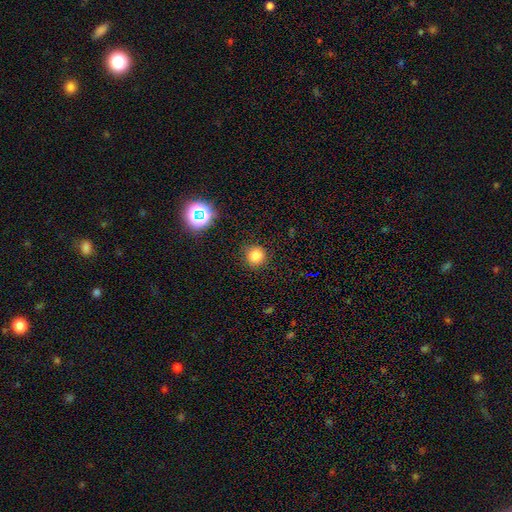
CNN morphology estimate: Overall: smooth (80%). How rounded: round (92%). Merging: none (87%).